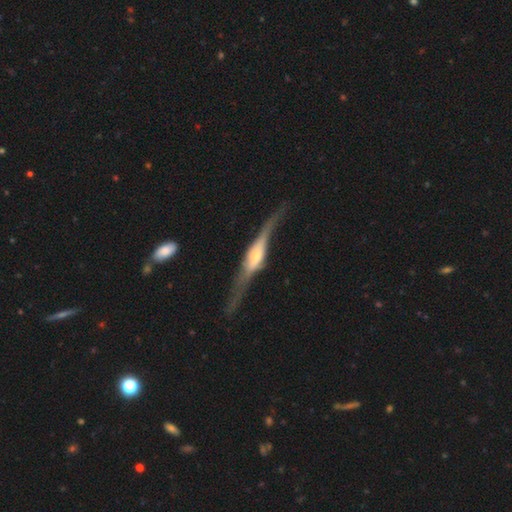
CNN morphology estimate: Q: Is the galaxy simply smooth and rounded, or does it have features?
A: featured or disk — 82%.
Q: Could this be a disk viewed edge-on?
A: yes — 95%.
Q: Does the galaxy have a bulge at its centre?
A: rounded — 76%.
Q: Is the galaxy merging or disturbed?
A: none — 75%.